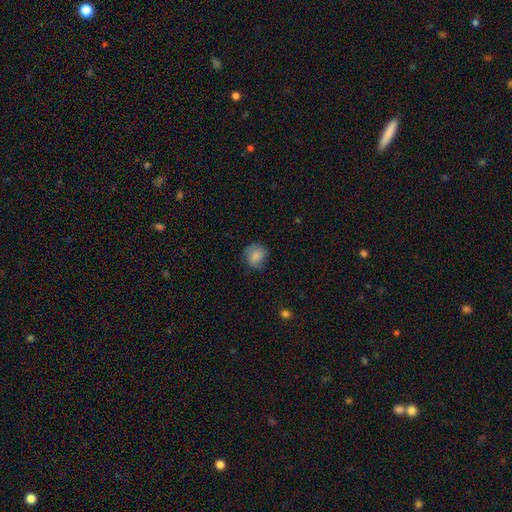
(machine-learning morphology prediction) smooth 81%, featured or disk 11%, star or artifact 8%. Down the decision tree: how rounded — round (81%); merging — none (73%).